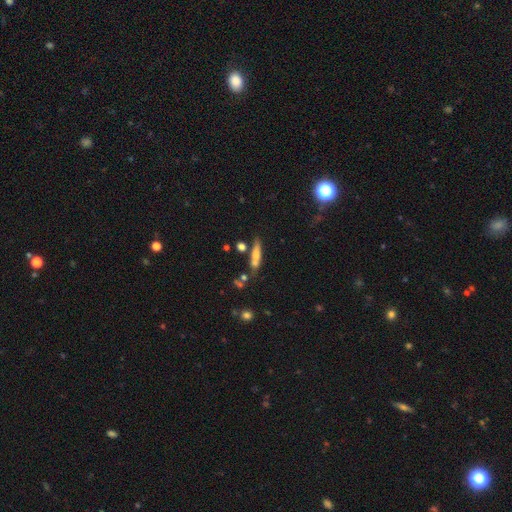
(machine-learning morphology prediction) smooth 60%, featured or disk 30%, star or artifact 10%. Down the decision tree: how rounded — cigar-shaped (79%); merging — none (60%).